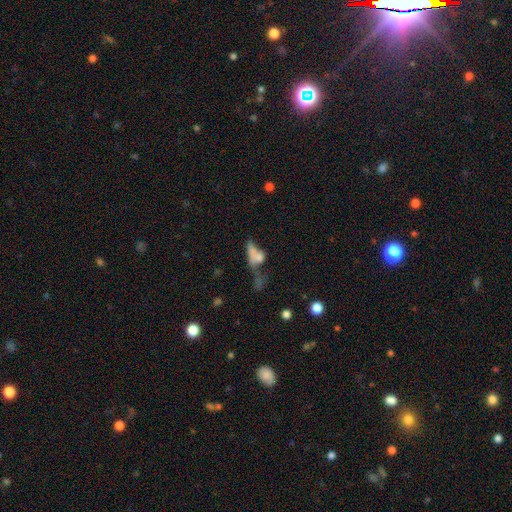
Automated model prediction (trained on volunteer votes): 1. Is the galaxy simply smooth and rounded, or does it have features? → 57% smooth, 27% featured or disk, 15% star or artifact.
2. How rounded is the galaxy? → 63% in between, 19% cigar-shaped, 18% round.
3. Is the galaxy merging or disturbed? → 47% merger, 23% major disturbance, 19% none, 11% minor disturbance.